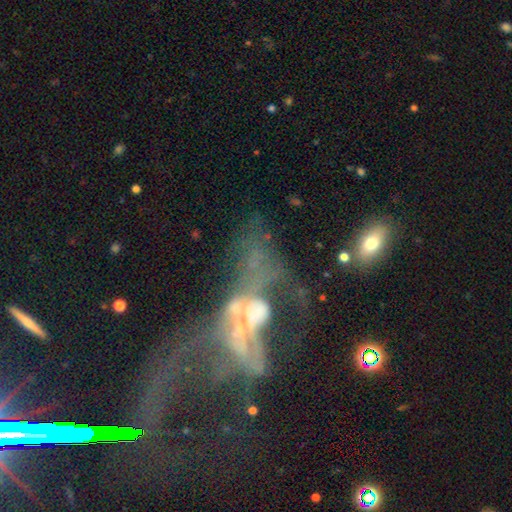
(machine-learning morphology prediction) Smooth or featured: featured or disk — 59% (smooth — 22%)
Edge-on disk: no — 88% (yes — 12%)
Bar: no — 79% (weak — 13%)
Spiral arms: no — 69% (yes — 31%)
Bulge size: moderate — 30% (tied with none — 30%)
Merging: merger — 49% (major disturbance — 31%)